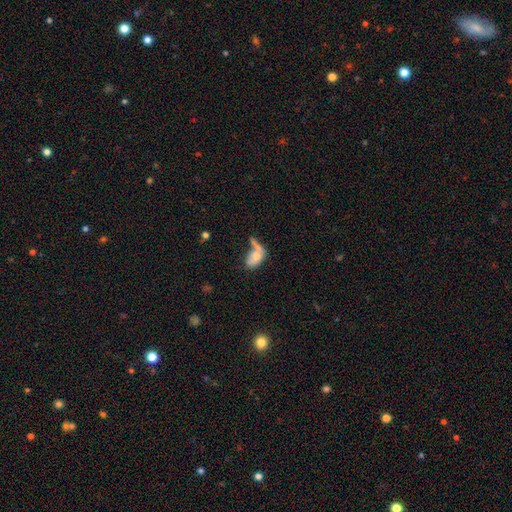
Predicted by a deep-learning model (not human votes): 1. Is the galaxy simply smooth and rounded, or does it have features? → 69% smooth, 23% featured or disk, 8% star or artifact.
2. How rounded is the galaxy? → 89% in between, 8% round, 3% cigar-shaped.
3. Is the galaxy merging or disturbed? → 41% merger, 28% none, 16% minor disturbance, 14% major disturbance.